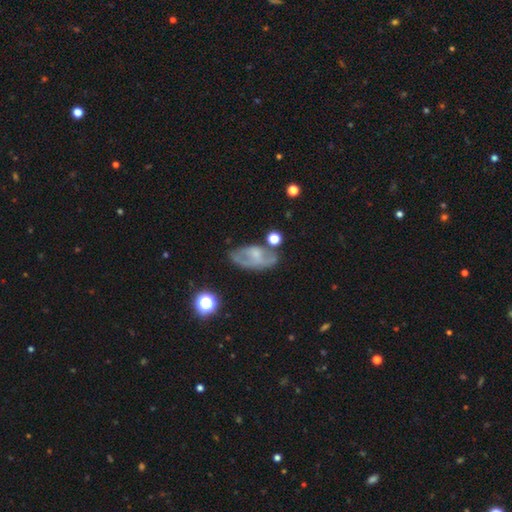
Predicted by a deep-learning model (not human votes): Overall: featured or disk (53%; smooth 37%). Edge-on disk: no (91%). Merging: none (54%; minor disturbance 25%).